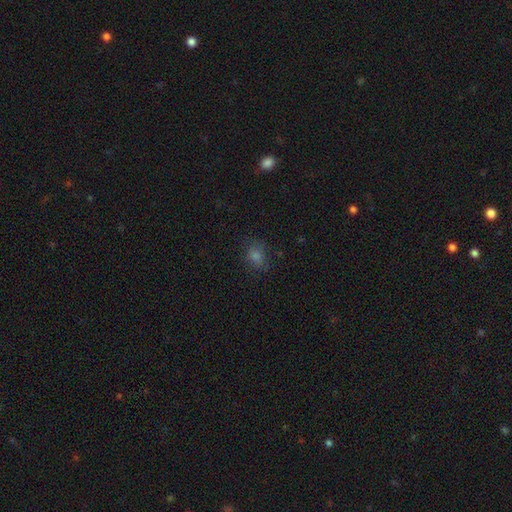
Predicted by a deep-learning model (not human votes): Morphology: type=smooth (69%); roundness=round (61%); merging=none (78%).